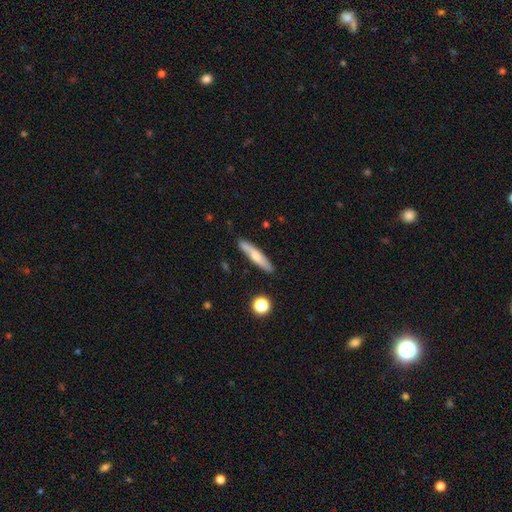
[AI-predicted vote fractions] smooth_or_featured: smooth (p=0.59) [alt: featured or disk p=0.35]
how_rounded: cigar-shaped (p=0.87) [alt: in between p=0.11]
merging: none (p=0.85) [alt: minor disturbance p=0.11]